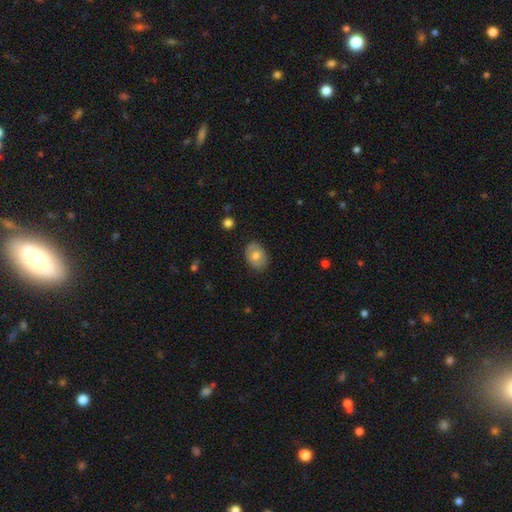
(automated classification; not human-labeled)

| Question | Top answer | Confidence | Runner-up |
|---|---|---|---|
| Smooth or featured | smooth | 68% | featured or disk (25%) |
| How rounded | in between | 75% | round (24%) |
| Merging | none | 81% | minor disturbance (15%) |